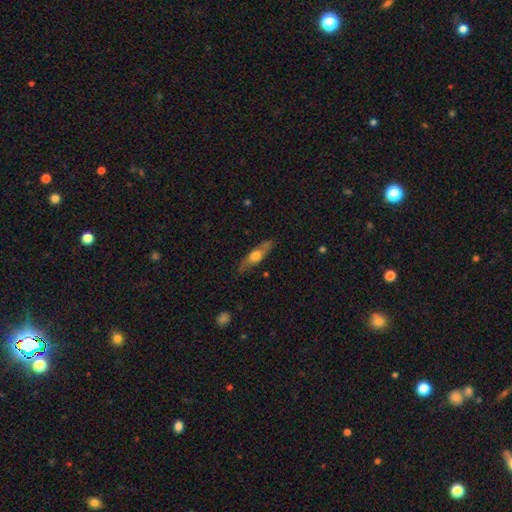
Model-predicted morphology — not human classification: smooth 48%, featured or disk 46%, star or artifact 6%. Down the decision tree: merging — none (83%).